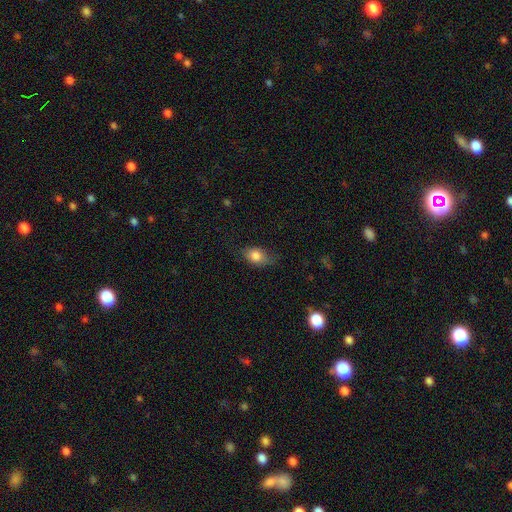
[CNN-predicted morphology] smooth-or-featured: smooth: 79% | featured or disk: 12% | star or artifact: 9%
  how-rounded: in between: 78% | round: 19% | cigar-shaped: 3%
  merging: none: 65% | minor disturbance: 26% | major disturbance: 8% | merger: 1%